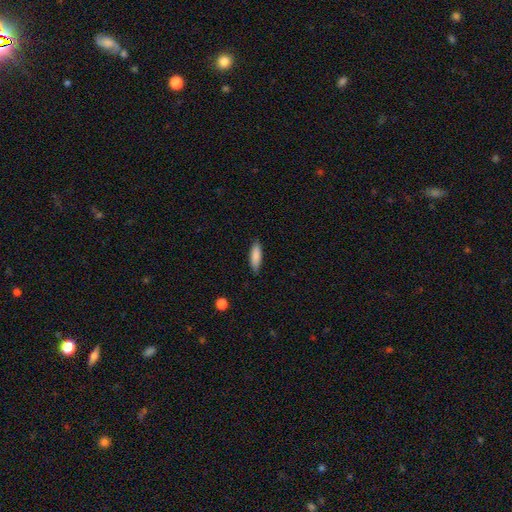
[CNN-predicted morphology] Smooth or featured? Predicted: smooth (p=0.86). How rounded? Predicted: cigar-shaped (p=0.53). Merging? Predicted: none (p=0.85).